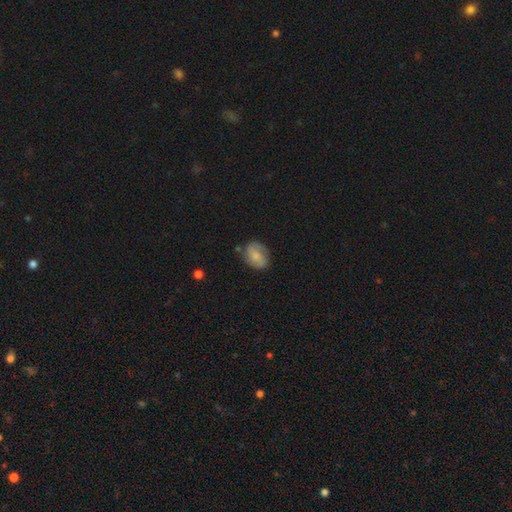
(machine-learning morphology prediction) Smooth or featured?
  - smooth: 54% *
  - featured or disk: 38%
  - star or artifact: 8%
How rounded?
  - in between: 59% *
  - round: 39%
  - cigar-shaped: 1%
Merging?
  - none: 69% *
  - minor disturbance: 22%
  - major disturbance: 5%
  - merger: 3%